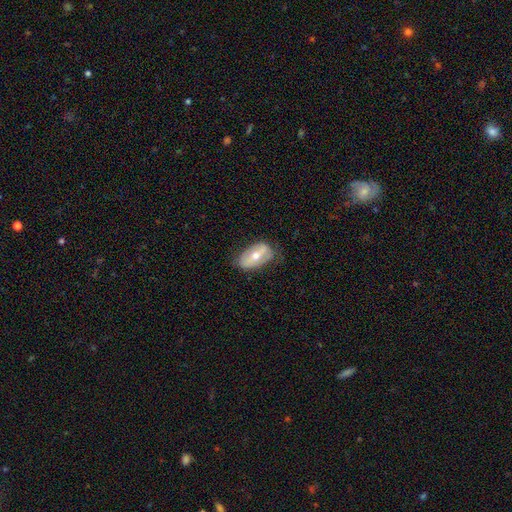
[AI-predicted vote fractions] Morphology: type=featured or disk (51%); edge-on=no (86%); merging=none (66%).